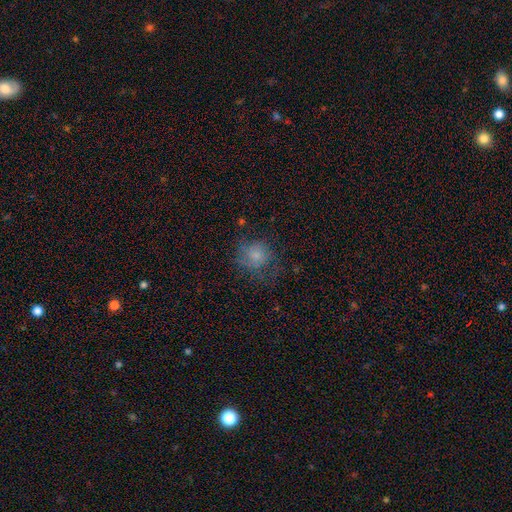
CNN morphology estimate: Smooth or featured? smooth (68%)
How rounded? round (80%)
Merging? none (55%)